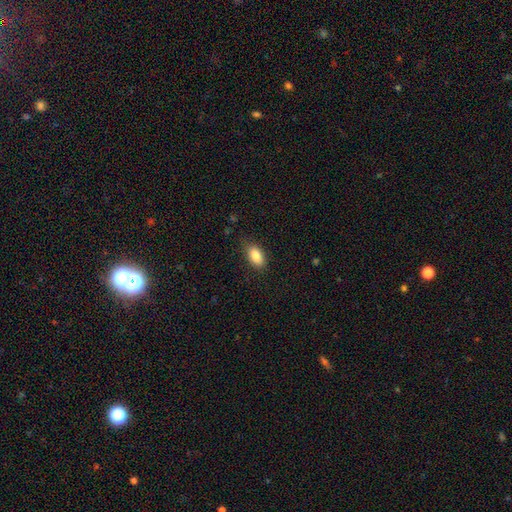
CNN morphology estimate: smooth 83%, featured or disk 9%, star or artifact 8%. Down the decision tree: how rounded — in between (90%); merging — none (82%).